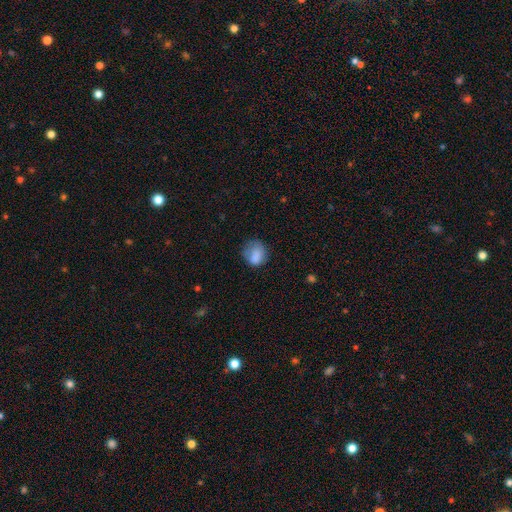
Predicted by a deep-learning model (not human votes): Smooth or featured? Predicted: smooth (p=0.81). How rounded? Predicted: round (p=0.65). Merging? Predicted: none (p=0.54).